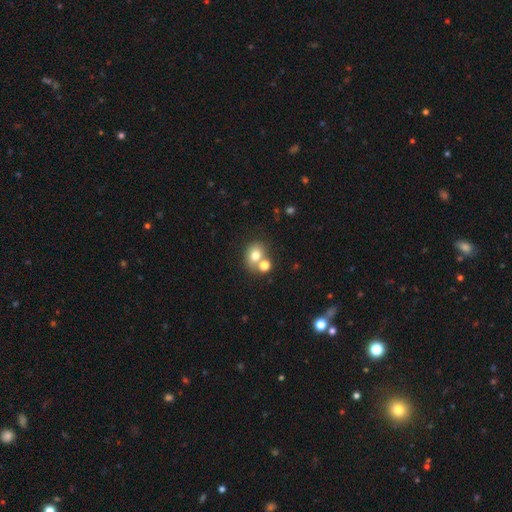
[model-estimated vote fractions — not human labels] smooth_or_featured: smooth (p=0.74) [alt: featured or disk p=0.14]
how_rounded: round (p=0.59) [alt: in between p=0.40]
merging: none (p=0.49) [alt: merger p=0.37]